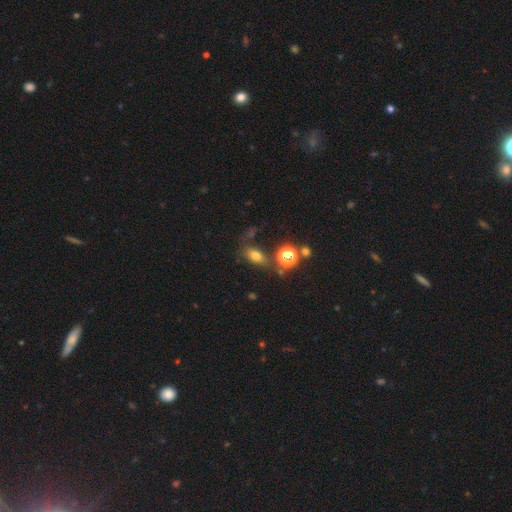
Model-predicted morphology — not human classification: Q: Smooth or featured?
A: smooth (72%); runner-up: star or artifact (16%)
Q: How rounded?
A: in between (76%); runner-up: round (19%)
Q: Merging?
A: none (68%); runner-up: minor disturbance (15%)